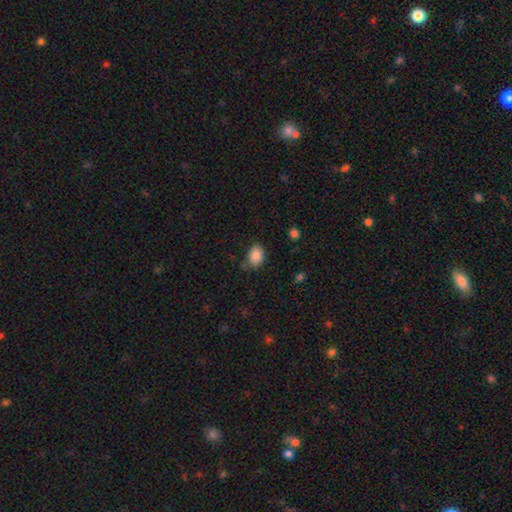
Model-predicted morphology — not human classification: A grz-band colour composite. It shows a smooth galaxy with no disk features (88%) that is in between round and cigar-shaped (79%). Merging: none (74%).